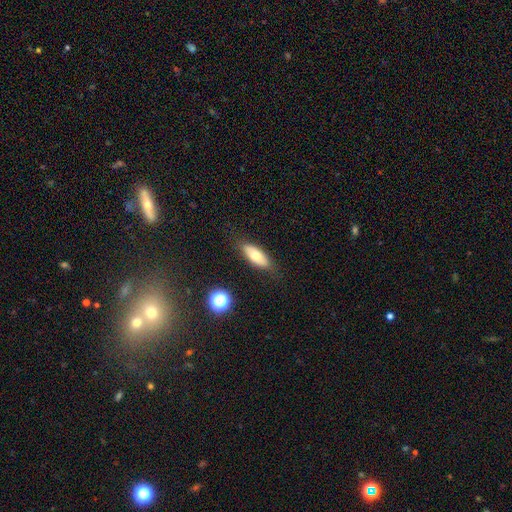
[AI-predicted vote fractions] Smooth or featured?
  - smooth: 65% *
  - featured or disk: 27%
  - star or artifact: 8%
How rounded?
  - in between: 78% *
  - cigar-shaped: 19%
  - round: 3%
Merging?
  - none: 82% *
  - minor disturbance: 13%
  - major disturbance: 3%
  - merger: 1%